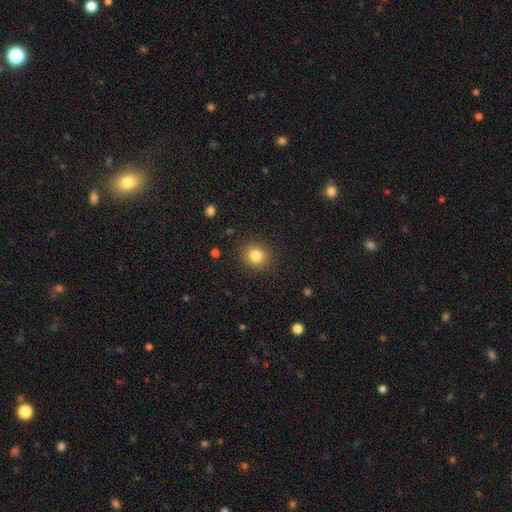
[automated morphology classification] Q: Smooth or featured?
A: smooth (82%); runner-up: star or artifact (11%)
Q: How rounded?
A: round (85%); runner-up: in between (14%)
Q: Merging?
A: none (89%); runner-up: minor disturbance (8%)